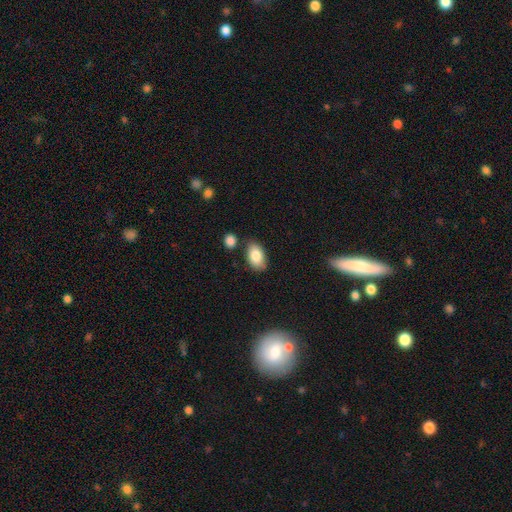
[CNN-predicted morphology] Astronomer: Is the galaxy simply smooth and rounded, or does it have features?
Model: smooth — 84%.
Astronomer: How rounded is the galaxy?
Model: in between — 92%.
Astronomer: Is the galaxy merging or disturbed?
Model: none — 76%.